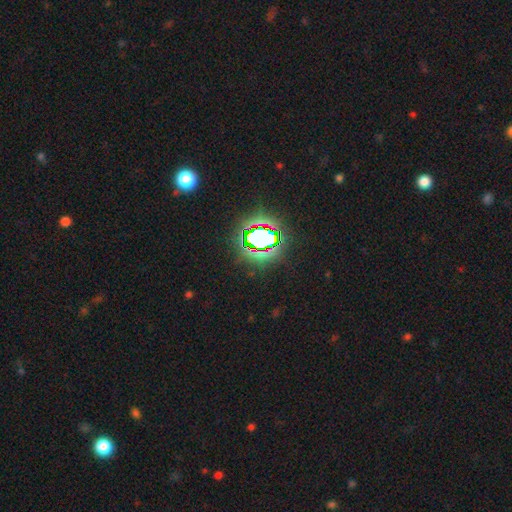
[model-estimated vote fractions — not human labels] smooth-or-featured: star or artifact: 82% | smooth: 11% | featured or disk: 7%